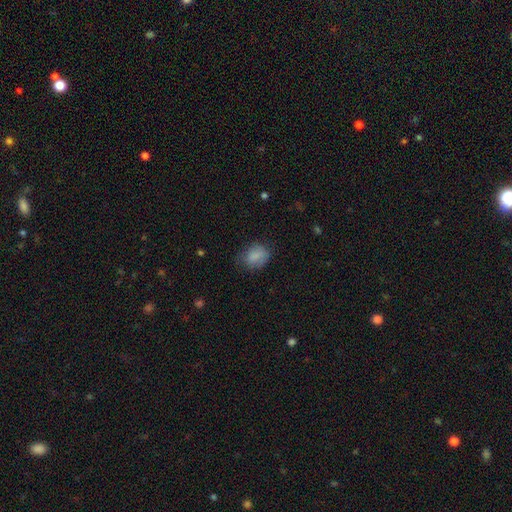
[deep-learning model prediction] smooth 83%, featured or disk 9%, star or artifact 8%. Down the decision tree: how rounded — in between (67%); merging — none (63%).